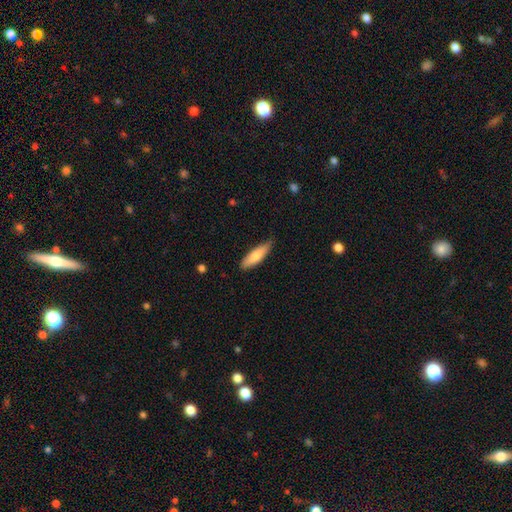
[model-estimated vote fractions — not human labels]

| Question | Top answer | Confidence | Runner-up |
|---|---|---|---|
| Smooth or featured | smooth | 79% | featured or disk (16%) |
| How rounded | cigar-shaped | 55% | in between (44%) |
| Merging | none | 78% | minor disturbance (18%) |